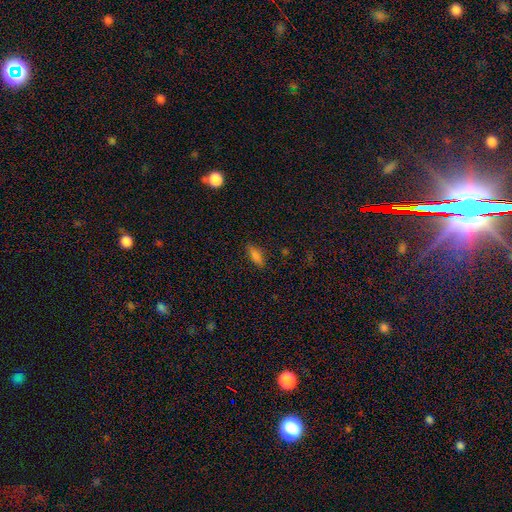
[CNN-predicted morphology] This is likely a smooth galaxy (75%). How rounded: likely in between (76%). Merging: clearly none (81%).